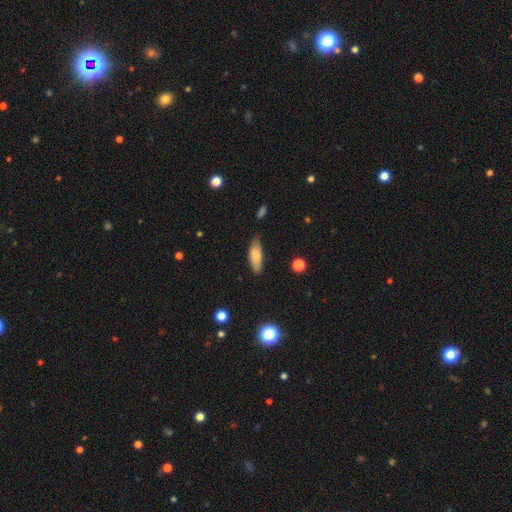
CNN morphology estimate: smooth 78%, featured or disk 16%, star or artifact 7%. Down the decision tree: how rounded — in between (64%); merging — none (76%).